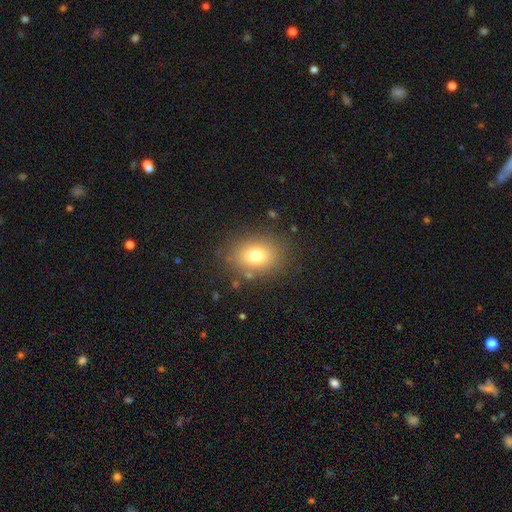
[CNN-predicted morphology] Q: Smooth or featured?
A: smooth (76%); runner-up: star or artifact (13%)
Q: How rounded?
A: in between (54%); runner-up: round (45%)
Q: Merging?
A: none (83%); runner-up: minor disturbance (10%)